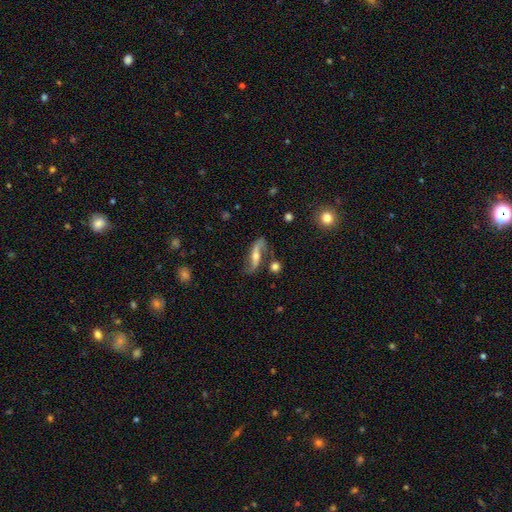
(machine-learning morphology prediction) The model was most divided on "bar": no: 39%, strong: 32%, weak: 29%. More confident: spiral arms — yes (93%); spiral arm count — 2 (91%); edge-on disk — no (83%); spiral winding — loose (82%); smooth or featured — featured or disk (80%); merging — none (66%); bulge size — moderate (58%).